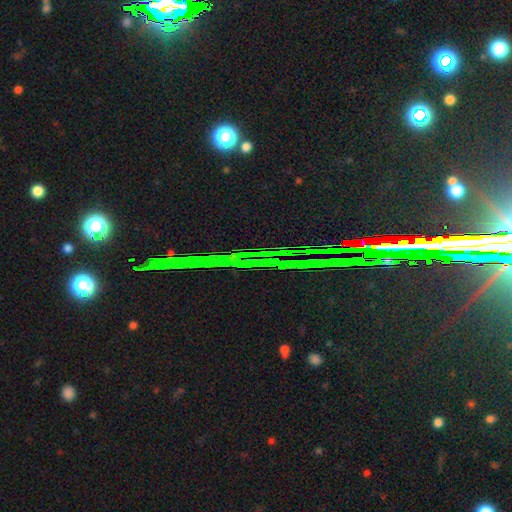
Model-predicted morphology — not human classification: This appears to be a star or artifact, not a galaxy (85%).